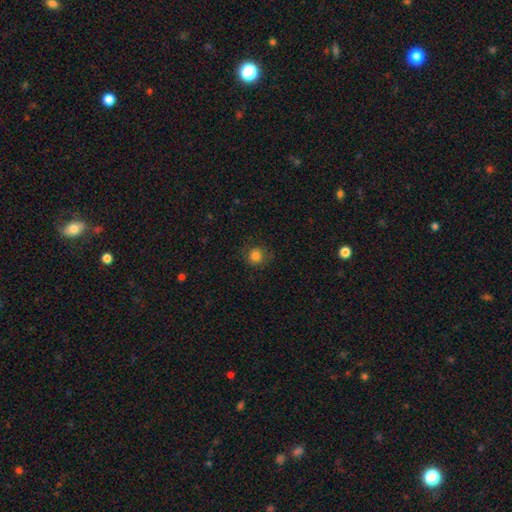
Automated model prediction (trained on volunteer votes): Smooth or featured: smooth — 81% (star or artifact — 11%)
How rounded: round — 89% (in between — 10%)
Merging: none — 79% (minor disturbance — 14%)